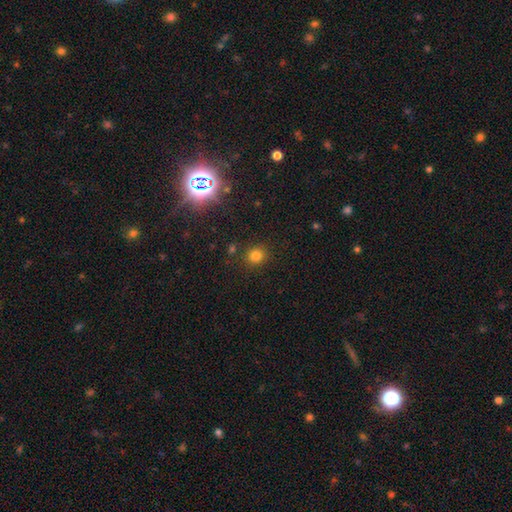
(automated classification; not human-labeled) smooth-or-featured: smooth: 79% | star or artifact: 16% | featured or disk: 5%
  how-rounded: round: 83% | in between: 16% | cigar-shaped: 1%
  merging: none: 85% | minor disturbance: 8% | merger: 3% | major disturbance: 3%